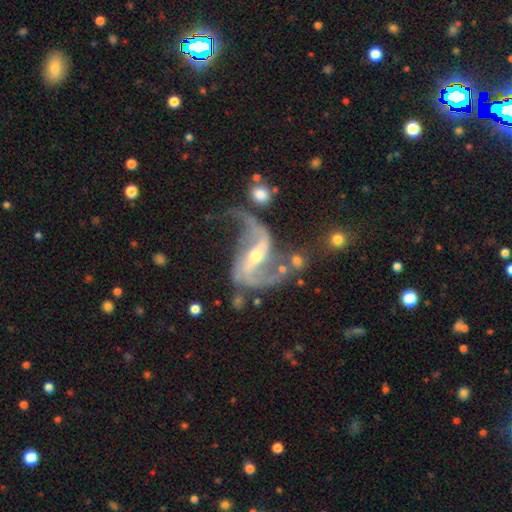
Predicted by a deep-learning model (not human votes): Smooth or featured? Predicted: featured or disk (p=0.91). Edge-on disk? Predicted: no (p=0.97). Bar? Predicted: strong (p=0.52). Spiral arms? Predicted: yes (p=0.97). Spiral winding? Predicted: loose (p=0.72). Spiral arm count? Predicted: 2 (p=0.91). Bulge size? Predicted: moderate (p=0.48). Merging? Predicted: none (p=0.46).